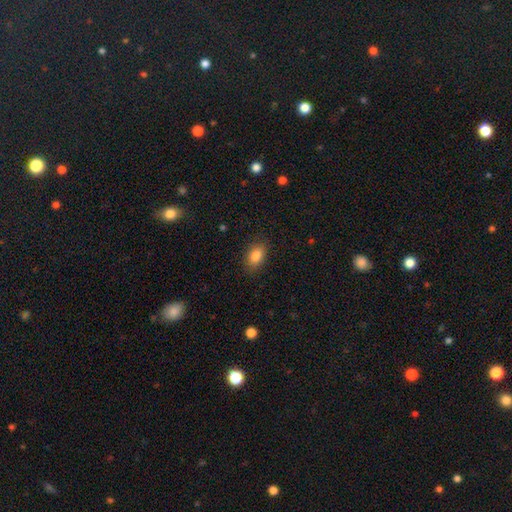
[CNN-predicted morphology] Smooth or featured?
  - smooth: 85% *
  - star or artifact: 9%
  - featured or disk: 7%
How rounded?
  - in between: 85% *
  - round: 13%
  - cigar-shaped: 2%
Merging?
  - none: 85% *
  - minor disturbance: 11%
  - major disturbance: 3%
  - merger: 1%